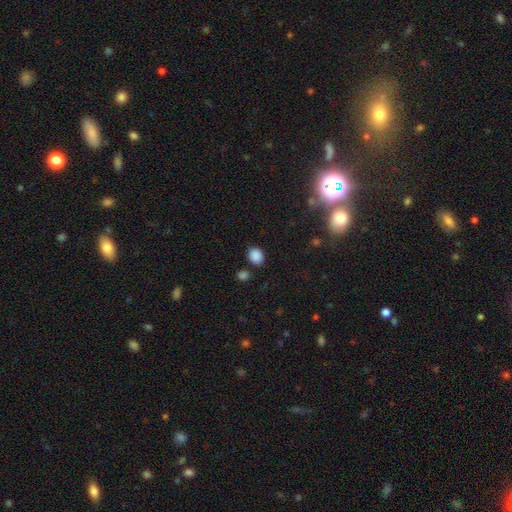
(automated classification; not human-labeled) Smooth or featured? Predicted: smooth (p=0.85). How rounded? Predicted: round (p=0.65). Merging? Predicted: none (p=0.82).